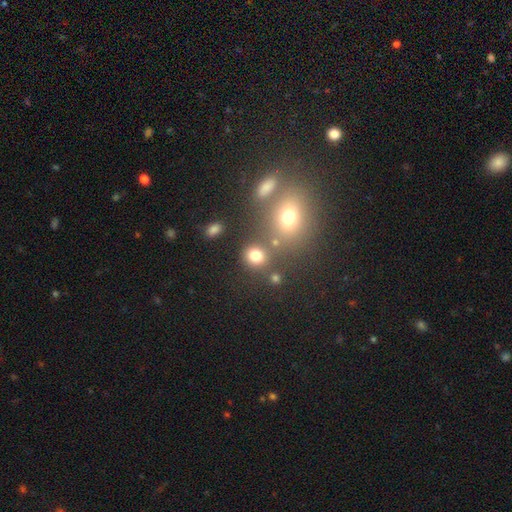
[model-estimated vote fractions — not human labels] smooth_or_featured: smooth (p=0.77) [alt: star or artifact p=0.16]
how_rounded: round (p=0.78) [alt: in between p=0.21]
merging: none (p=0.69) [alt: merger p=0.16]